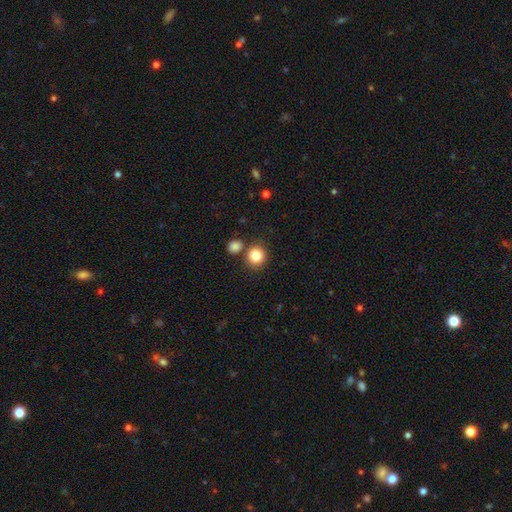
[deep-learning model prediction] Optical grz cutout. It shows a smooth galaxy with no disk features (86%) that is round (84%). Merging: none (69%).